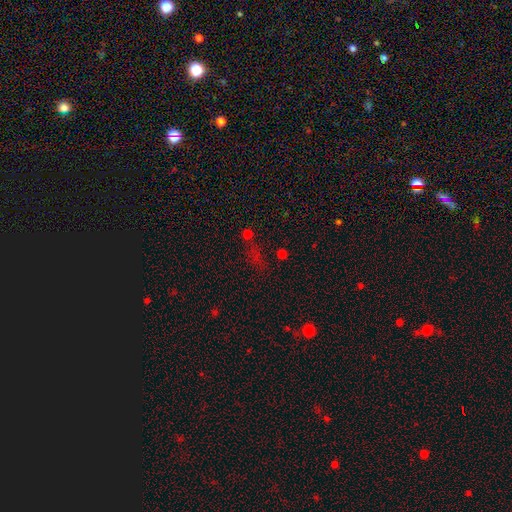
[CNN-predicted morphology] Smooth or featured?
  - star or artifact: 55% *
  - smooth: 34%
  - featured or disk: 11%